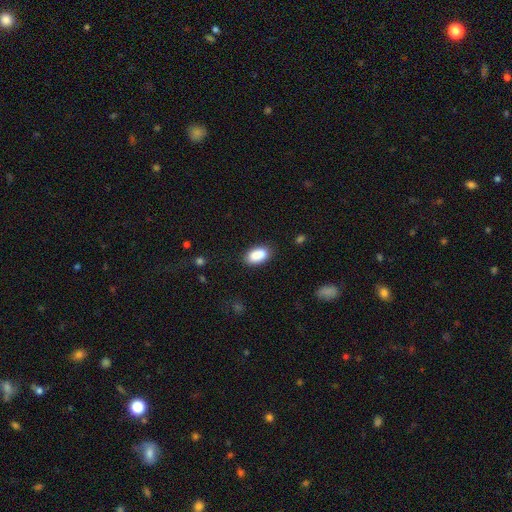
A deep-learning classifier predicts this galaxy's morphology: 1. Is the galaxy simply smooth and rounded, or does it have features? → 89% smooth, 7% star or artifact, 5% featured or disk.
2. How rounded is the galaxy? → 93% in between, 5% round, 2% cigar-shaped.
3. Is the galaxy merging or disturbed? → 81% none, 13% minor disturbance, 3% merger, 3% major disturbance.